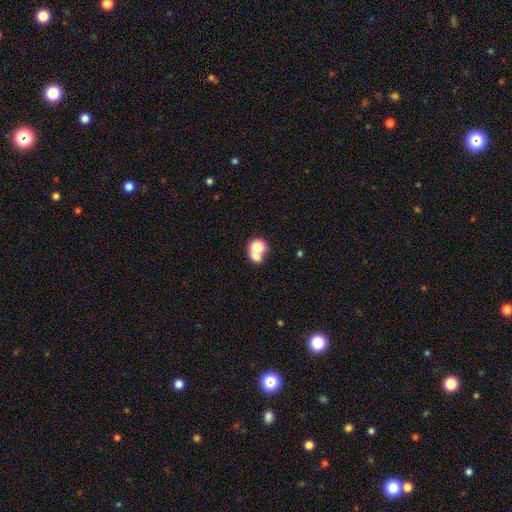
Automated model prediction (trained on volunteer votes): smooth_or_featured: smooth (p=0.68) [alt: star or artifact p=0.16]
how_rounded: round (p=0.70) [alt: in between p=0.29]
merging: merger (p=0.53) [alt: none p=0.36]